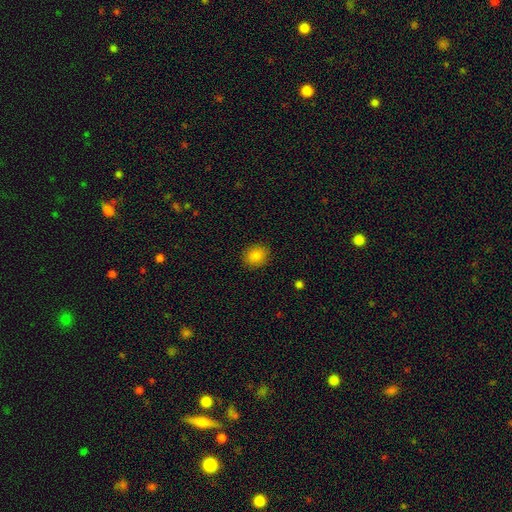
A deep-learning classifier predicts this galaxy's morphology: Smooth or featured? Predicted: smooth (p=0.85). How rounded? Predicted: round (p=0.68). Merging? Predicted: none (p=0.90).